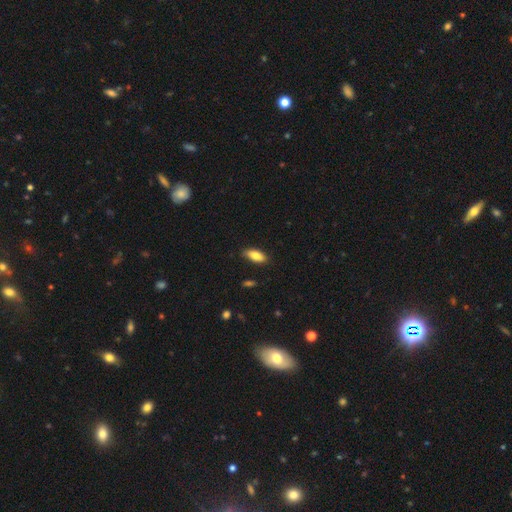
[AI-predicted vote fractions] Morphology: type=smooth (82%); roundness=in between (83%); merging=none (80%).